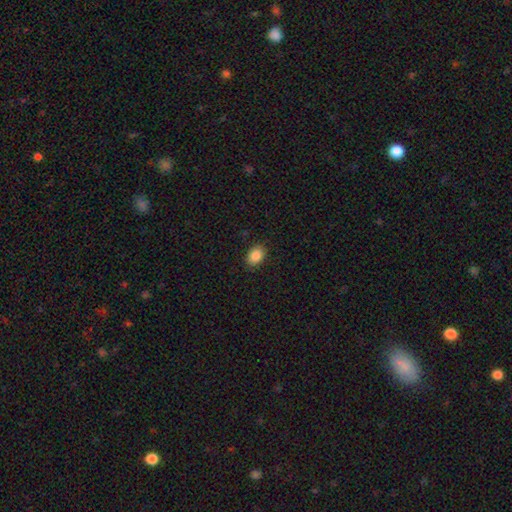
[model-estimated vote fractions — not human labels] Overall: smooth (88%). How rounded: in between (76%). Merging: none (88%).